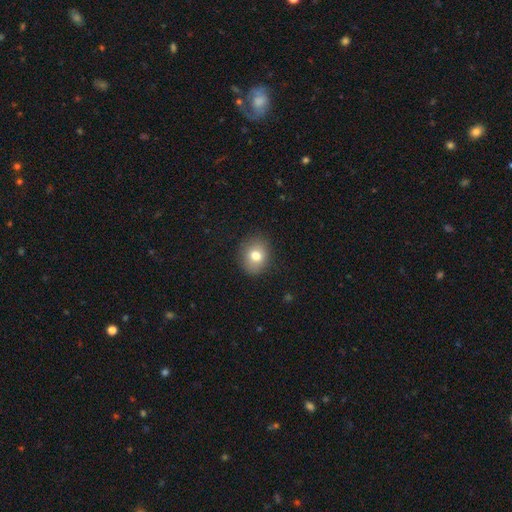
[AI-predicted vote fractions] Q: Smooth or featured?
A: smooth (77%); runner-up: featured or disk (12%)
Q: How rounded?
A: round (62%); runner-up: in between (37%)
Q: Merging?
A: none (88%); runner-up: minor disturbance (9%)